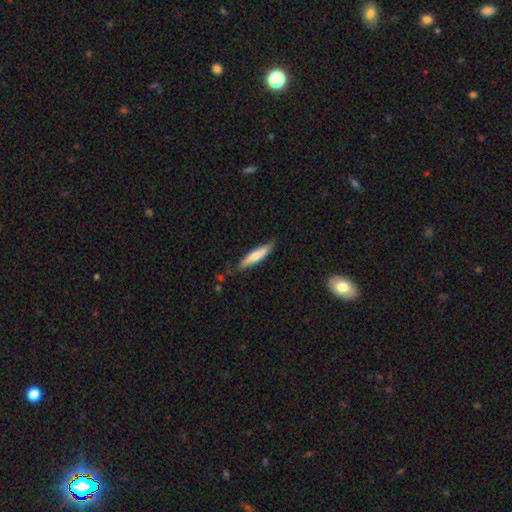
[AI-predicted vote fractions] Morphology: type=smooth (72%); roundness=cigar-shaped (82%); merging=none (80%).